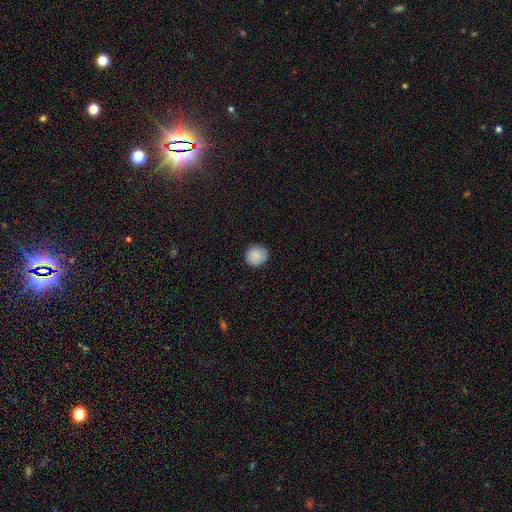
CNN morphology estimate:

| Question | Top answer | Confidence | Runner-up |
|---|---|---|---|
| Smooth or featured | smooth | 88% | star or artifact (8%) |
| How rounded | round | 90% | in between (9%) |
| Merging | none | 90% | minor disturbance (7%) |